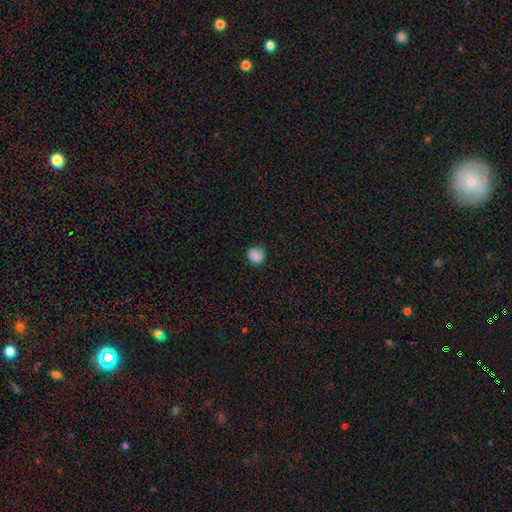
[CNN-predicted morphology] smooth-or-featured: smooth: 80% | star or artifact: 10% | featured or disk: 9%
  how-rounded: round: 80% | in between: 19% | cigar-shaped: 1%
  merging: none: 69% | minor disturbance: 23% | major disturbance: 6% | merger: 2%